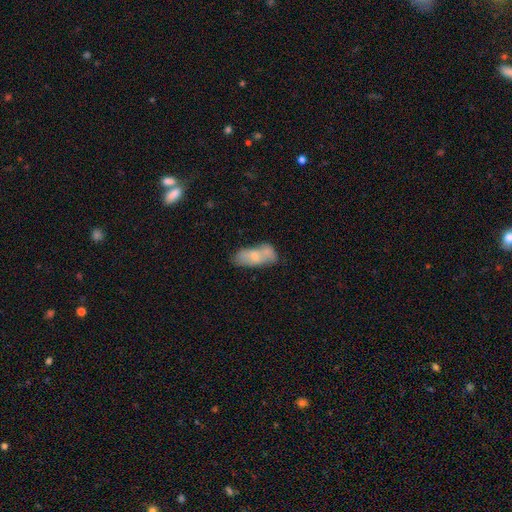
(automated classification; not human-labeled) Smooth or featured? smooth (64%)
How rounded? in between (84%)
Merging? none (42%)